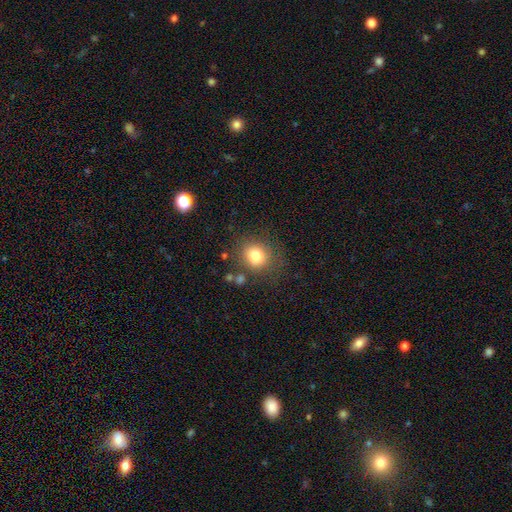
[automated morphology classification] The model was most divided on "how rounded": round: 78%, in between: 21%, cigar-shaped: 1%. More confident: smooth or featured — smooth (80%); merging — none (77%).